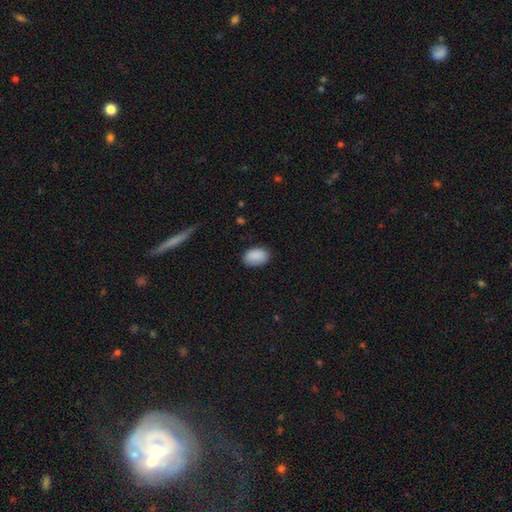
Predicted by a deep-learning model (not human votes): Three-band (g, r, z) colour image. It shows a smooth galaxy with no disk features (90%) that is in between round and cigar-shaped (86%). Merging: none (83%).